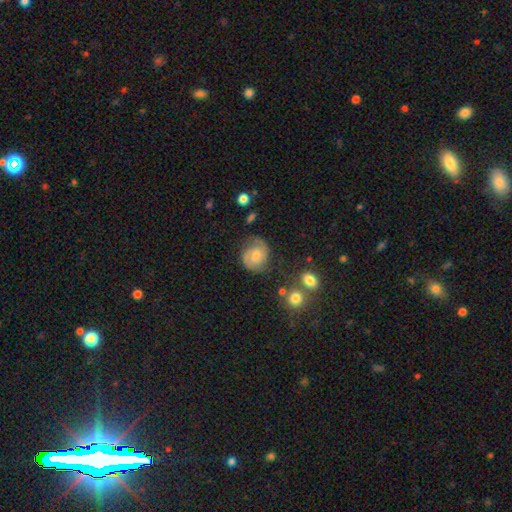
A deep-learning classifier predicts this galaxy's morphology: featured or disk 73%, smooth 20%, star or artifact 7%. Down the decision tree: edge-on disk — no (98%); bar — no (50%); spiral arms — yes (94%); spiral arm count — 2 (80%); spiral winding — tight (47%); bulge size — small (42%); merging — none (69%).